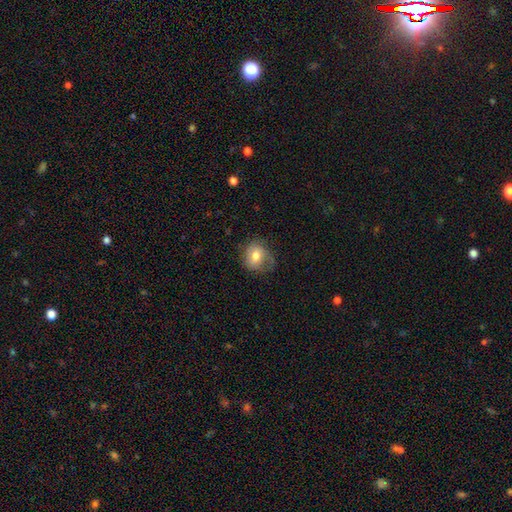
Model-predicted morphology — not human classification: Smooth or featured: smooth — 68% (featured or disk — 24%)
How rounded: round — 64% (in between — 35%)
Merging: none — 58% (minor disturbance — 27%)